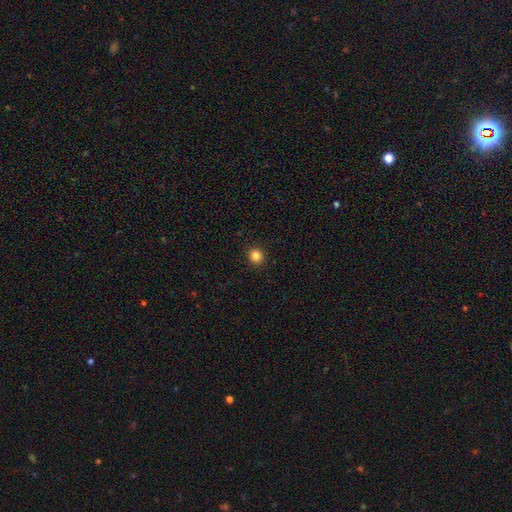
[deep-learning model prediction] This is clearly a smooth galaxy (84%). How rounded: clearly round (93%). Merging: clearly none (93%).